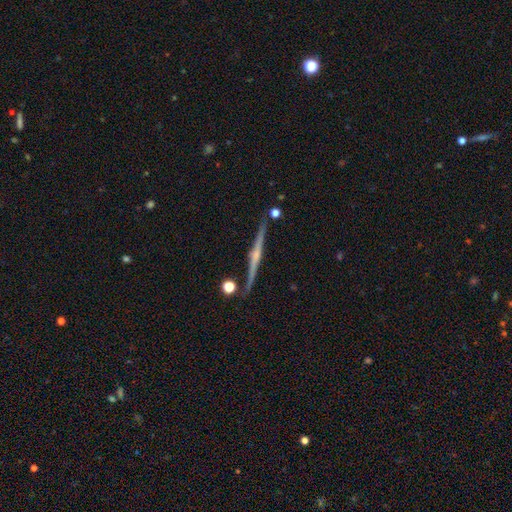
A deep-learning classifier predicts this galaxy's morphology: Smooth or featured? Predicted: featured or disk (p=0.83). Edge-on disk? Predicted: yes (p=0.98). Edge-on bulge? Predicted: rounded (p=0.77). Merging? Predicted: none (p=0.89).